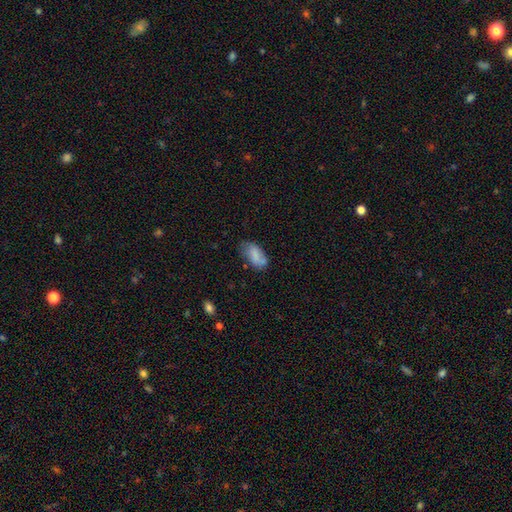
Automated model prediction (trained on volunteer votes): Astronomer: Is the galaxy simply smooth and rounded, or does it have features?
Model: smooth — 77%.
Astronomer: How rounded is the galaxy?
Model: in between — 93%.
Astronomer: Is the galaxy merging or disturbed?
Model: none — 56%.